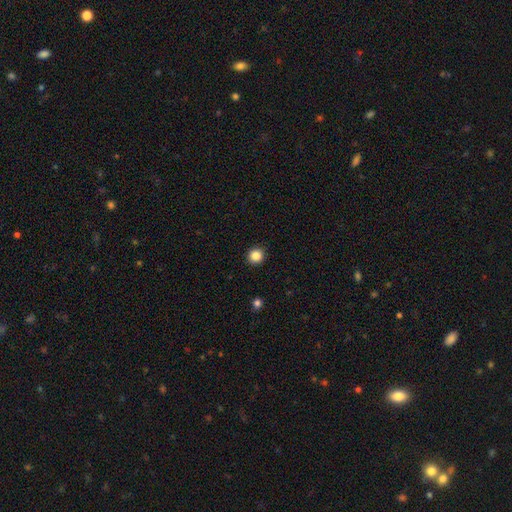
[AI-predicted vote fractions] smooth-or-featured: smooth: 85% | star or artifact: 11% | featured or disk: 4%
  how-rounded: round: 91% | in between: 8% | cigar-shaped: 1%
  merging: none: 93% | minor disturbance: 5% | major disturbance: 2% | merger: 1%